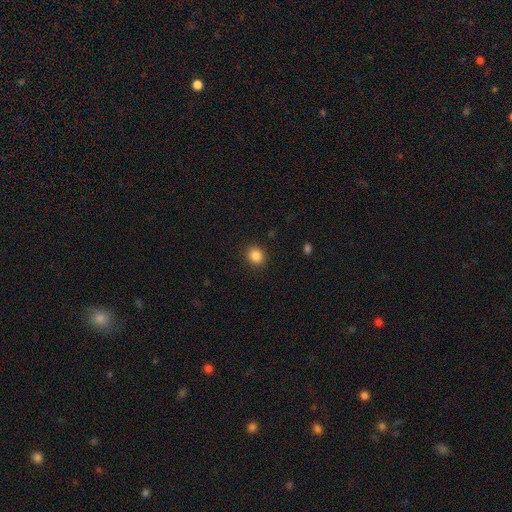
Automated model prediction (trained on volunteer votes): Smooth or featured: smooth — 86% (star or artifact — 10%)
How rounded: round — 72% (in between — 28%)
Merging: none — 90% (minor disturbance — 7%)